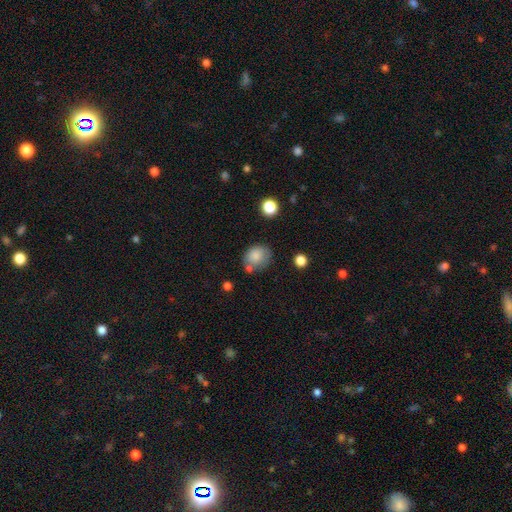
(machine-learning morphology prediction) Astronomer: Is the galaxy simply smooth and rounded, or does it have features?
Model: smooth — 82%.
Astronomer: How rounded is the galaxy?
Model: round — 58% (runner-up: in between, 41%).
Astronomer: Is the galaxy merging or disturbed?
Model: none — 59%.